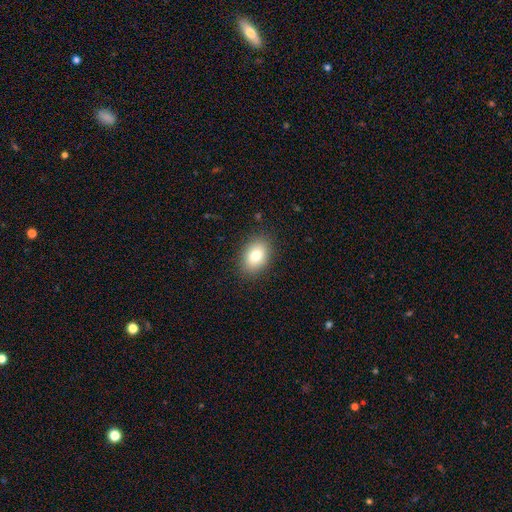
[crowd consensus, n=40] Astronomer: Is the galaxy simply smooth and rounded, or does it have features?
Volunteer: smooth — 85%.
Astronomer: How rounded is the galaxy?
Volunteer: in between — 82%.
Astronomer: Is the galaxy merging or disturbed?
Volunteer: none — 92%.